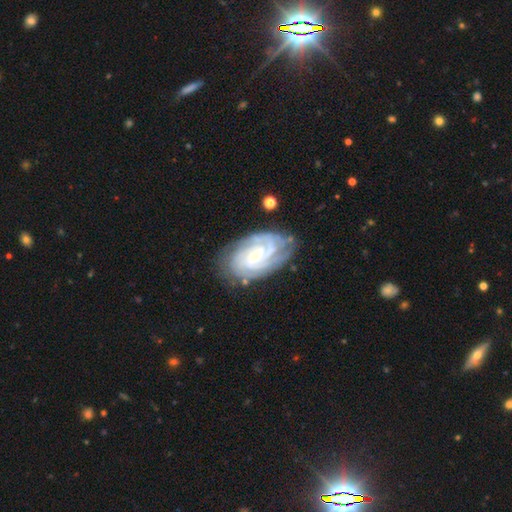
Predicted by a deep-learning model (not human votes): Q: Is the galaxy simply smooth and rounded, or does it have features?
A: featured or disk — 84%.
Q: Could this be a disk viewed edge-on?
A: no — 96%.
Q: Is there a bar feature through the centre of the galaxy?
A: no — 55%.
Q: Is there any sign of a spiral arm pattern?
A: yes — 96%.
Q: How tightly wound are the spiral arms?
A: tight — 73%.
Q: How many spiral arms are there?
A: can't tell — 30%.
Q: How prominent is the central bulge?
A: small — 73%.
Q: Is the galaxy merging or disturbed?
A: none — 75%.